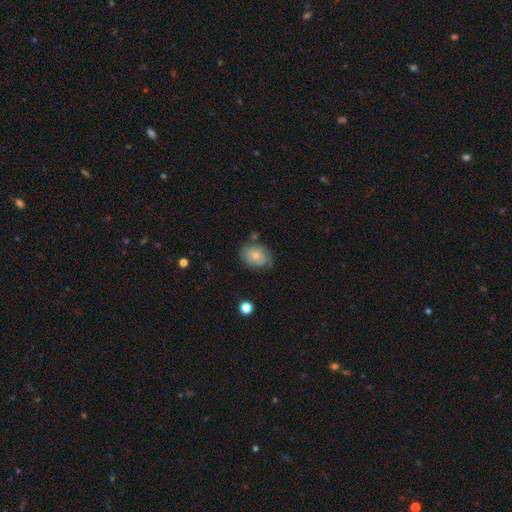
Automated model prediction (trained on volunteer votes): Smooth or featured? Predicted: smooth (p=0.60). How rounded? Predicted: in between (p=0.62). Merging? Predicted: none (p=0.61).